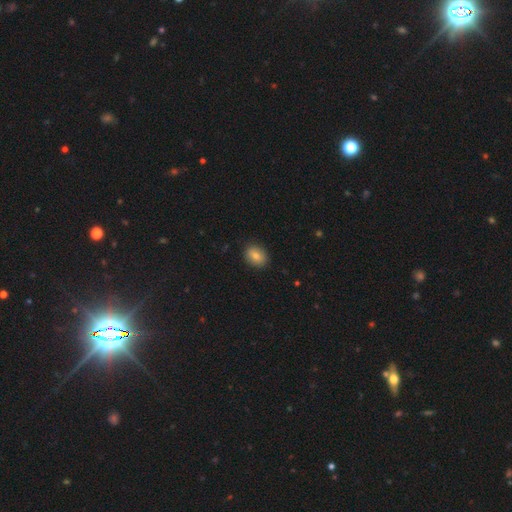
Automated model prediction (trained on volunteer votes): smooth_or_featured: smooth (p=0.79) [alt: featured or disk p=0.12]
how_rounded: in between (p=0.64) [alt: round p=0.34]
merging: none (p=0.88) [alt: minor disturbance p=0.09]